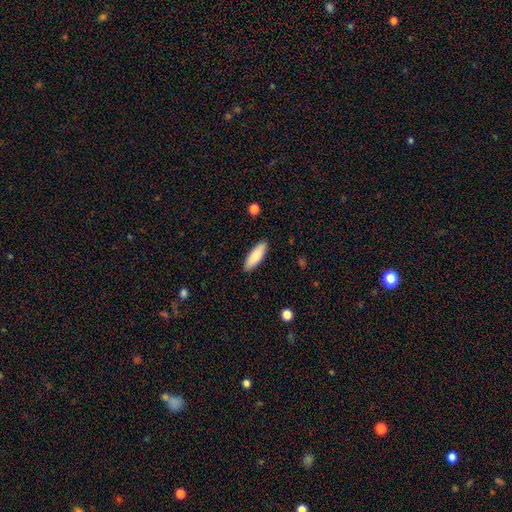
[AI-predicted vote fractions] This appears to be a smooth galaxy with no disk features (83%) that is in between round and cigar-shaped (54%). Merging: none (90%).